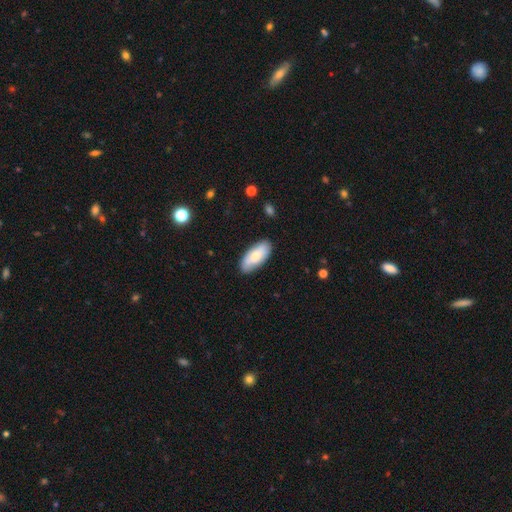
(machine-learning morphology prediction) type=smooth (72%); roundness=in between (88%); merging=none (84%).